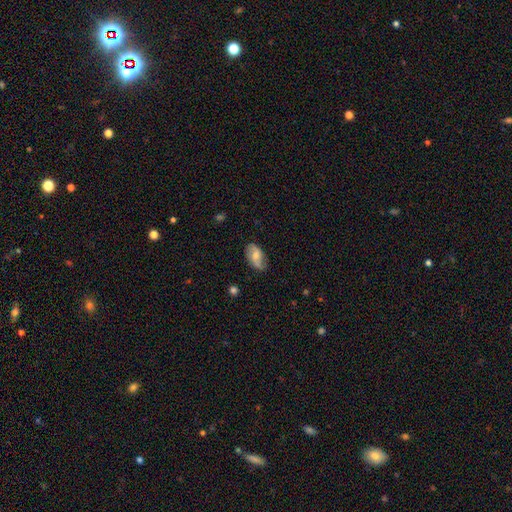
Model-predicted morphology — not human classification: Smooth or featured?
  - featured or disk: 51% *
  - smooth: 42%
  - star or artifact: 7%
Edge-on disk?
  - no: 95% *
  - yes: 5%
Merging?
  - none: 73% *
  - minor disturbance: 21%
  - major disturbance: 5%
  - merger: 1%